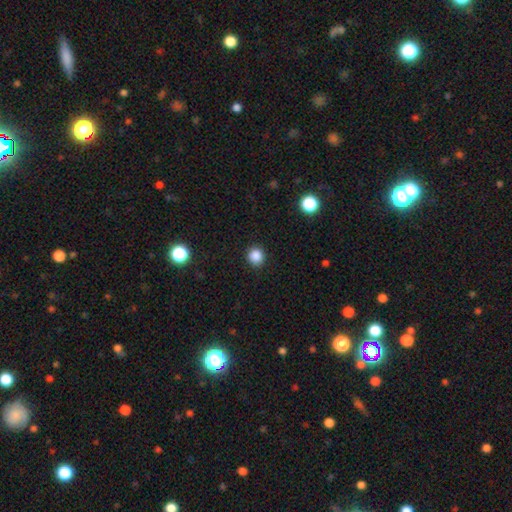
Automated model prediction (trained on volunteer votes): Smooth or featured? Predicted: smooth (p=0.86). How rounded? Predicted: round (p=0.91). Merging? Predicted: none (p=0.91).